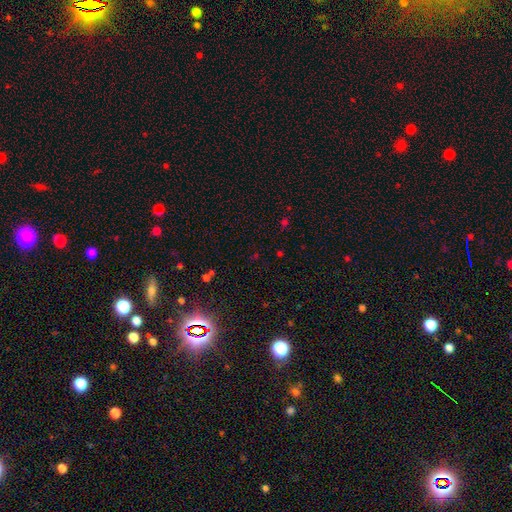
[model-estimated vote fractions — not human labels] Smooth or featured: star or artifact — 65% (smooth — 27%)